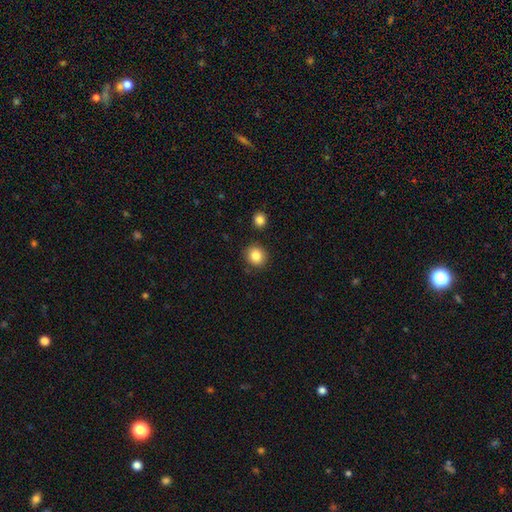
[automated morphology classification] smooth_or_featured: smooth (p=0.85) [alt: star or artifact p=0.10]
how_rounded: round (p=0.87) [alt: in between p=0.12]
merging: none (p=0.88) [alt: minor disturbance p=0.07]